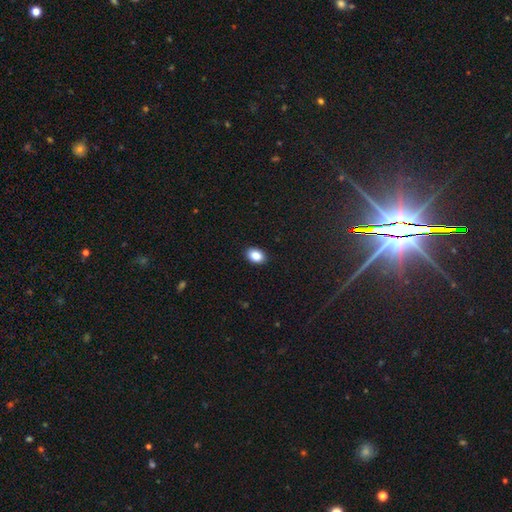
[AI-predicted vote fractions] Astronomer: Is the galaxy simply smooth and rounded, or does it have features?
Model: smooth — 87%.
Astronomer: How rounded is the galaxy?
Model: in between — 82%.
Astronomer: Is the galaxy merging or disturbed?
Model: none — 90%.